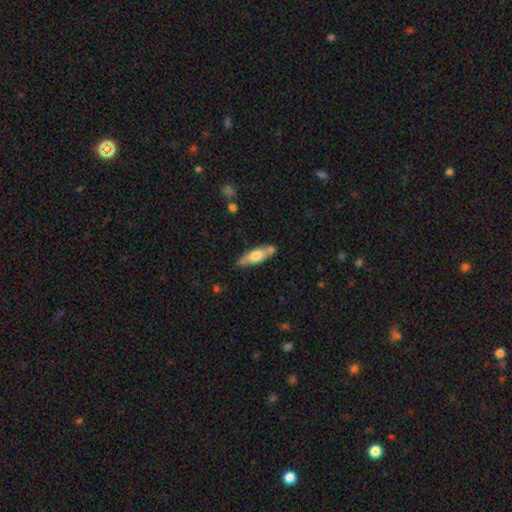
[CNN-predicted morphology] Smooth or featured?
  - smooth: 60% *
  - featured or disk: 35%
  - star or artifact: 6%
How rounded?
  - cigar-shaped: 54% *
  - in between: 44%
  - round: 2%
Merging?
  - none: 69% *
  - minor disturbance: 17%
  - merger: 11%
  - major disturbance: 3%